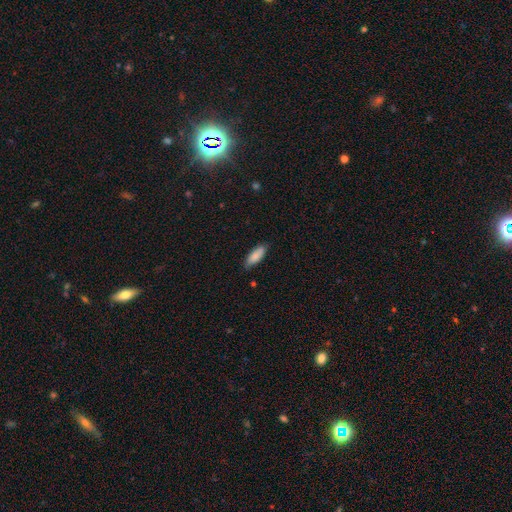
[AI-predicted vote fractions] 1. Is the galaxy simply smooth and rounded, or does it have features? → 85% smooth, 9% featured or disk, 6% star or artifact.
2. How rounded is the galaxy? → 68% in between, 31% cigar-shaped, 2% round.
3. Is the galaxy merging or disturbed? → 80% none, 16% minor disturbance, 2% major disturbance, 1% merger.